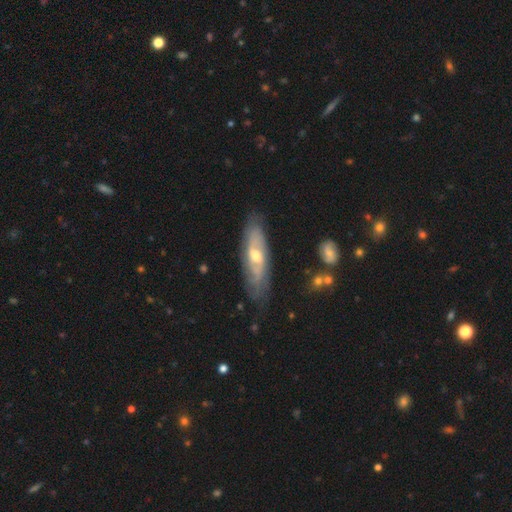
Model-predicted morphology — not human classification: smooth-or-featured: featured or disk: 68% | smooth: 25% | star or artifact: 7%
  disk-edge-on: no: 68% | yes: 32%
  merging: none: 79% | minor disturbance: 15% | major disturbance: 4% | merger: 2%